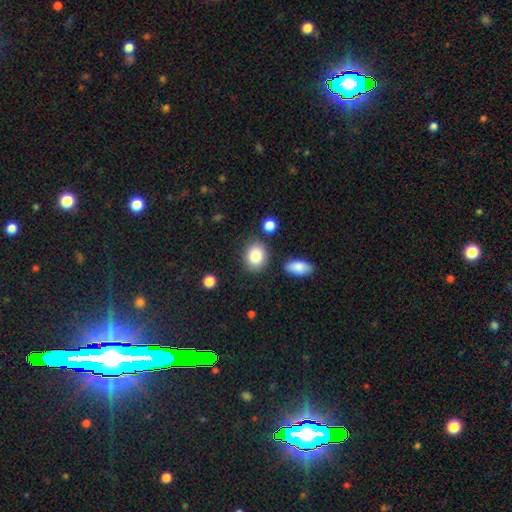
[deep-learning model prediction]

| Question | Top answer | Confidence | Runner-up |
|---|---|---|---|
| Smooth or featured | smooth | 84% | star or artifact (8%) |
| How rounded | round | 52% | in between (47%) |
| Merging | none | 80% | minor disturbance (11%) |